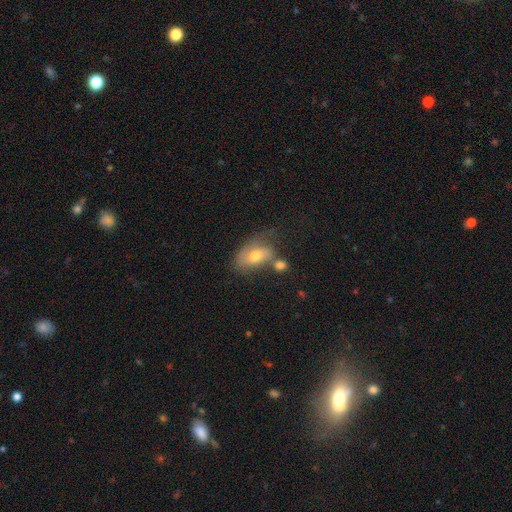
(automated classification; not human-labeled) Morphology: type=smooth (52%); roundness=in between (87%); merging=none (33%).